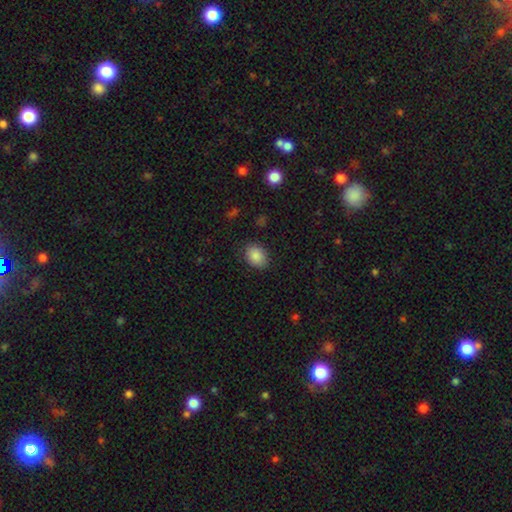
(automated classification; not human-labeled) Smooth or featured: smooth — 87% (star or artifact — 8%)
How rounded: in between — 64% (round — 35%)
Merging: none — 84% (minor disturbance — 12%)